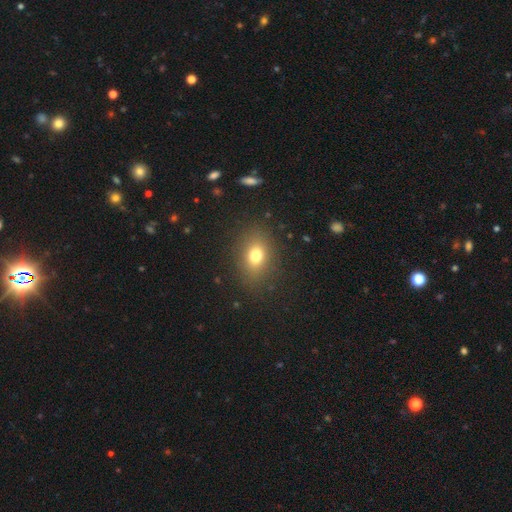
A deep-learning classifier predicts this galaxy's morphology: Q: Smooth or featured?
A: smooth (74%); runner-up: star or artifact (14%)
Q: How rounded?
A: in between (67%); runner-up: round (31%)
Q: Merging?
A: none (85%); runner-up: minor disturbance (9%)